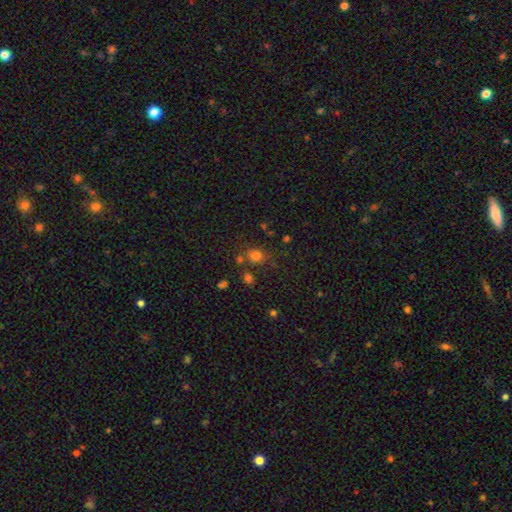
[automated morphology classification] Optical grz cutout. It shows a smooth galaxy with no disk features (74%) that is round (66%). Merging: none (68%).